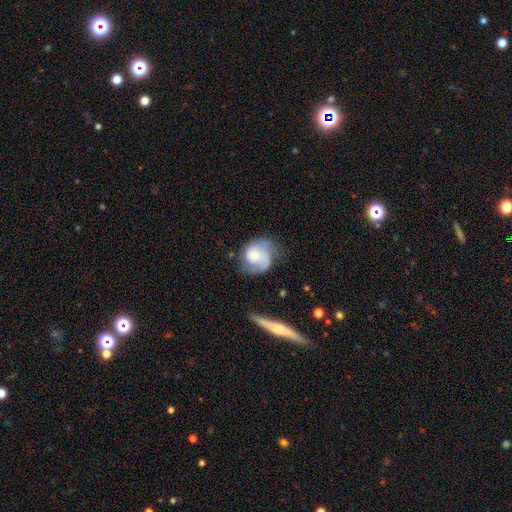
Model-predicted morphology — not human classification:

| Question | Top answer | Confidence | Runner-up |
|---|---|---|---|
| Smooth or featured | featured or disk | 62% | smooth (31%) |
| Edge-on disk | no | 97% | yes (3%) |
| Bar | no | 70% | weak (26%) |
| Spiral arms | yes | 89% | no (11%) |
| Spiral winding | medium | 43% | tight (37%) |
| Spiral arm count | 2 | 61% | 1 (16%) |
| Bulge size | moderate | 34% | small (28%) |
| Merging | none | 52% | minor disturbance (27%) |